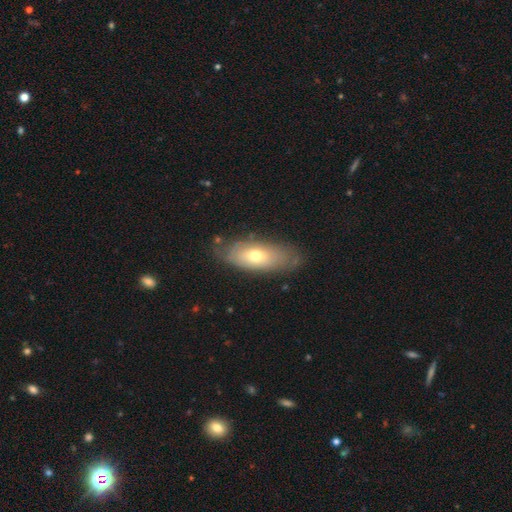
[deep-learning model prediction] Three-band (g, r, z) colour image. It shows a smooth galaxy with no disk features (56%) that is in between round and cigar-shaped (79%). Merging: none (74%).